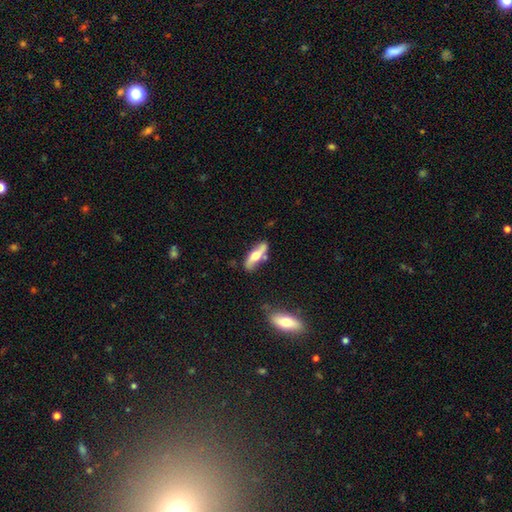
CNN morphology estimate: Smooth or featured?
  - featured or disk: 49% *
  - smooth: 45%
  - star or artifact: 6%
Merging?
  - none: 68% *
  - minor disturbance: 19%
  - merger: 8%
  - major disturbance: 5%